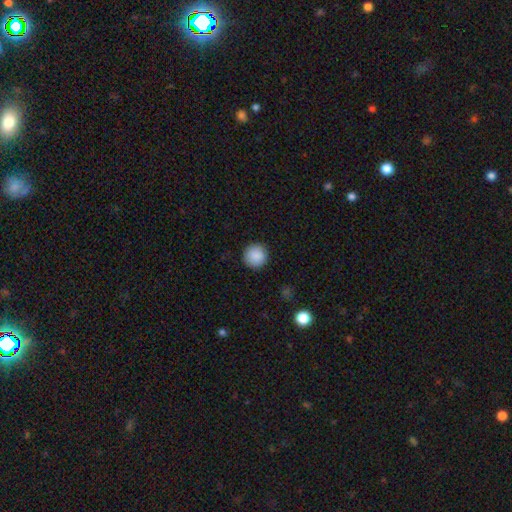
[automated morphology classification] This is clearly a smooth galaxy (89%). How rounded: clearly round (95%). Merging: clearly none (92%).